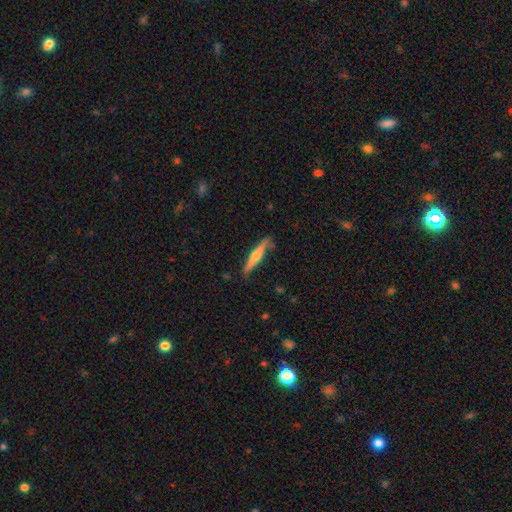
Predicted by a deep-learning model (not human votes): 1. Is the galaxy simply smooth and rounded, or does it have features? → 53% featured or disk, 42% smooth, 5% star or artifact.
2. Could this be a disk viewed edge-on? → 96% yes, 4% no.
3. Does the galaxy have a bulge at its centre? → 85% rounded, 10% none, 5% boxy.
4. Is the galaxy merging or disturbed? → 82% none, 14% minor disturbance, 2% major disturbance, 2% merger.